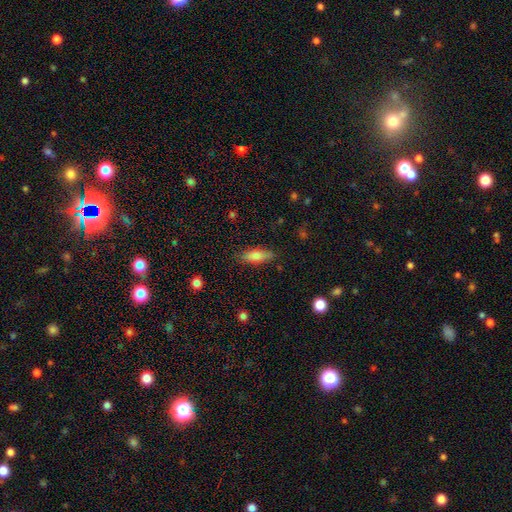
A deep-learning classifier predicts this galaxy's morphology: Overall: smooth (79%). How rounded: in between (61%; cigar-shaped 37%). Merging: none (82%).